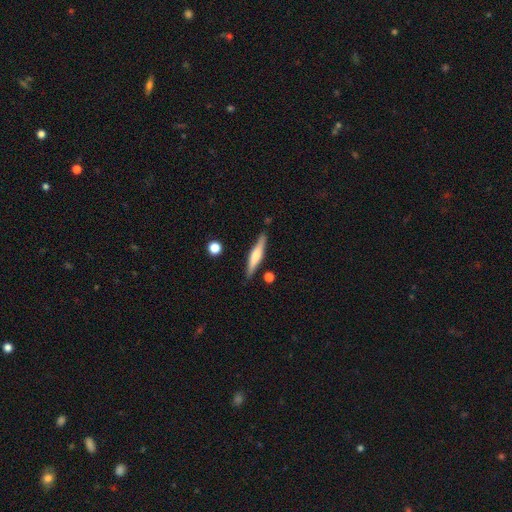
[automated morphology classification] A featured or disk galaxy (54%) viewed edge-on (96%) with a rounded central bulge (67%). Merging: none (85%).